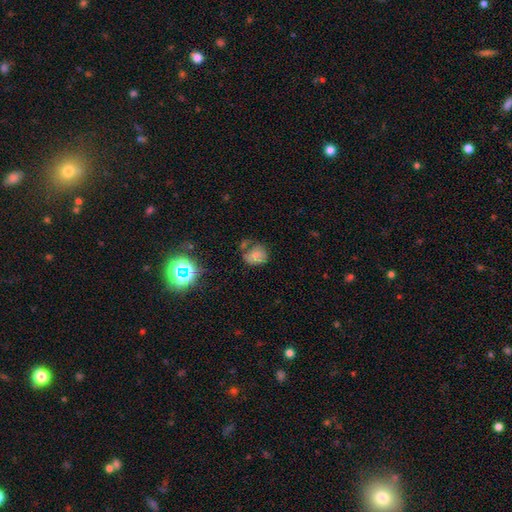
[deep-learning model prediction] Smooth or featured: smooth — 64% (featured or disk — 19%)
How rounded: round — 58% (in between — 41%)
Merging: none — 47% (minor disturbance — 25%)